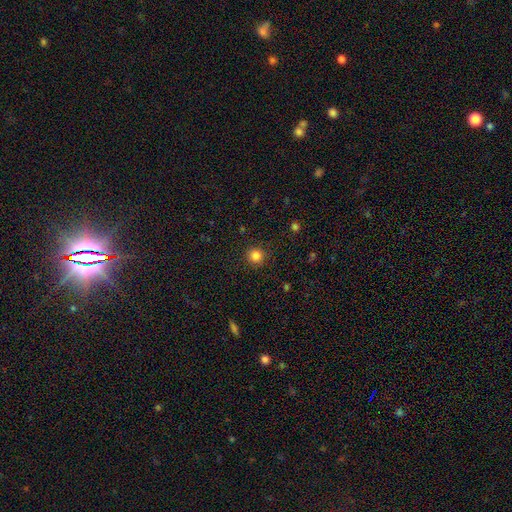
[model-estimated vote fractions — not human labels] Smooth or featured? Predicted: smooth (p=0.84). How rounded? Predicted: round (p=0.94). Merging? Predicted: none (p=0.91).